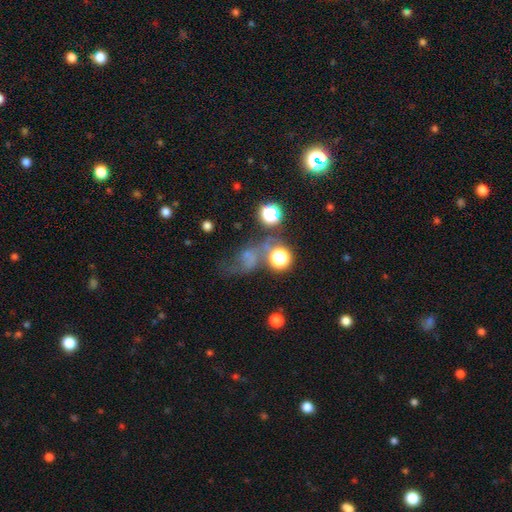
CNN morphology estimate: Smooth or featured: star or artifact — 42% (featured or disk — 29%)